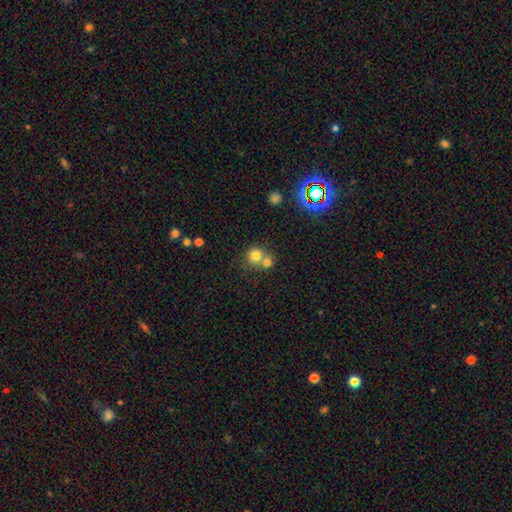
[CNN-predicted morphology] The model was most divided on "merging": merger: 48%, none: 43%, minor disturbance: 6%, major disturbance: 3%. More confident: how rounded — round (87%); smooth or featured — smooth (76%).